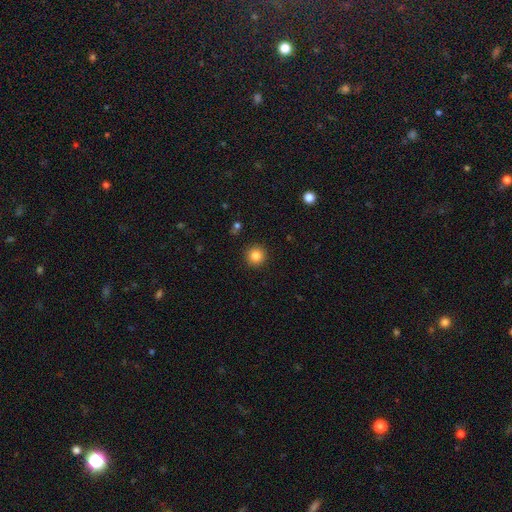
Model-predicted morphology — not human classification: smooth-or-featured: smooth: 85% | star or artifact: 10% | featured or disk: 5%
  how-rounded: round: 95% | in between: 4% | cigar-shaped: 1%
  merging: none: 92% | minor disturbance: 5% | major disturbance: 2% | merger: 1%